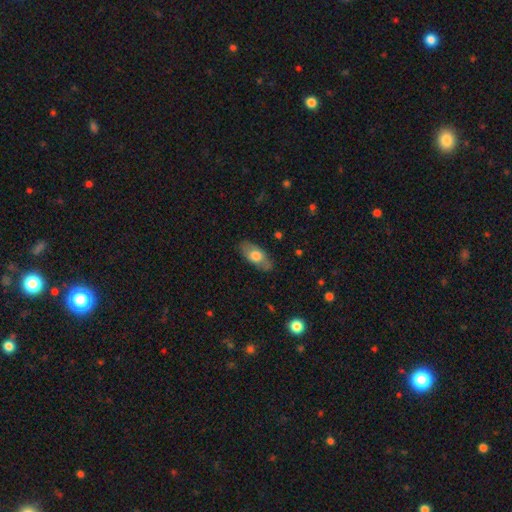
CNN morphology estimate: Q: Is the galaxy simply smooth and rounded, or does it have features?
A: smooth — 66%.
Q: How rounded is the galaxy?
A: in between — 85%.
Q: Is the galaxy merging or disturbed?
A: none — 81%.